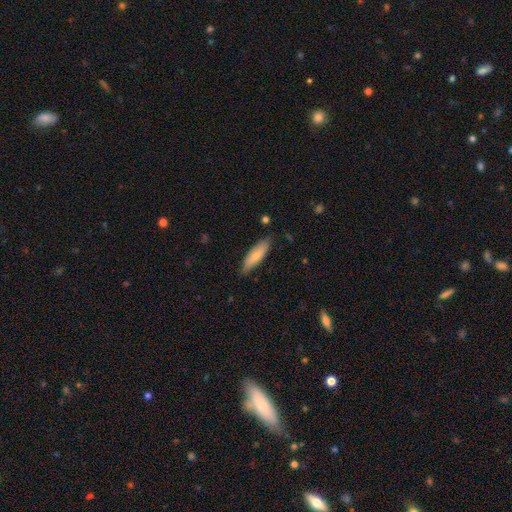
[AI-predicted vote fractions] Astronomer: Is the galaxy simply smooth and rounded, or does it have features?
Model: smooth — 72%.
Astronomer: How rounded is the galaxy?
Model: cigar-shaped — 53% (runner-up: in between, 45%).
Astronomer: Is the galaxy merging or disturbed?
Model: none — 79%.